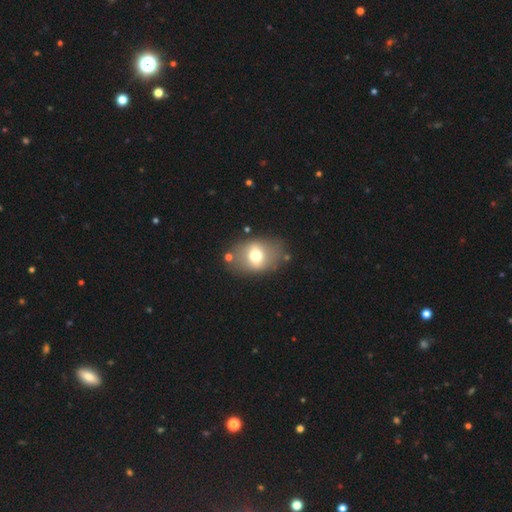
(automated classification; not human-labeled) Q: Smooth or featured?
A: smooth (60%); runner-up: featured or disk (31%)
Q: How rounded?
A: in between (73%); runner-up: round (25%)
Q: Merging?
A: none (75%); runner-up: minor disturbance (14%)